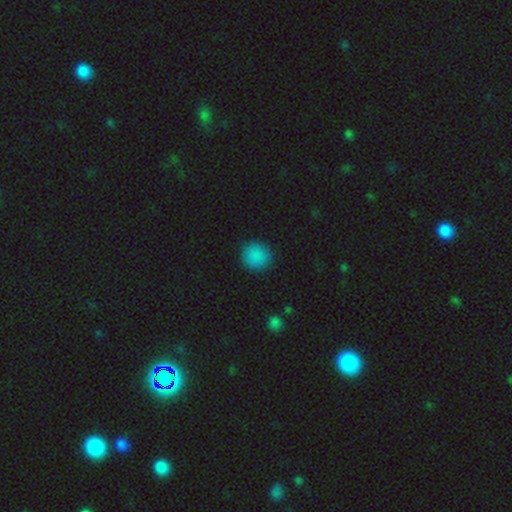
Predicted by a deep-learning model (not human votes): Smooth or featured? smooth (86%)
How rounded? round (90%)
Merging? none (90%)